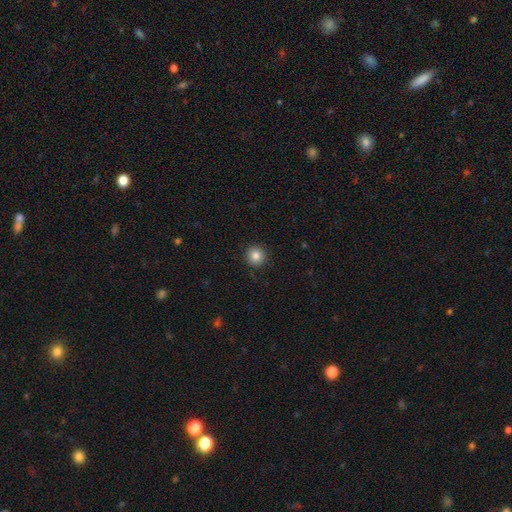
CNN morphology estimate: This is clearly a smooth galaxy (84%). How rounded: clearly round (94%). Merging: clearly none (92%).